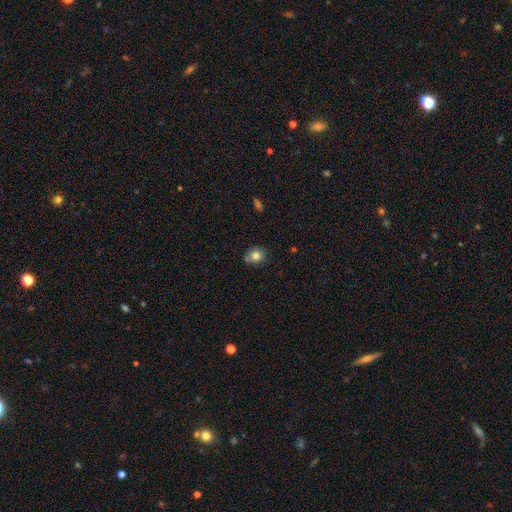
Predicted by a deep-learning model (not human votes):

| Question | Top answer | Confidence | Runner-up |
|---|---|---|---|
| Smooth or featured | smooth | 81% | star or artifact (10%) |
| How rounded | round | 67% | in between (32%) |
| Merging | none | 70% | minor disturbance (20%) |